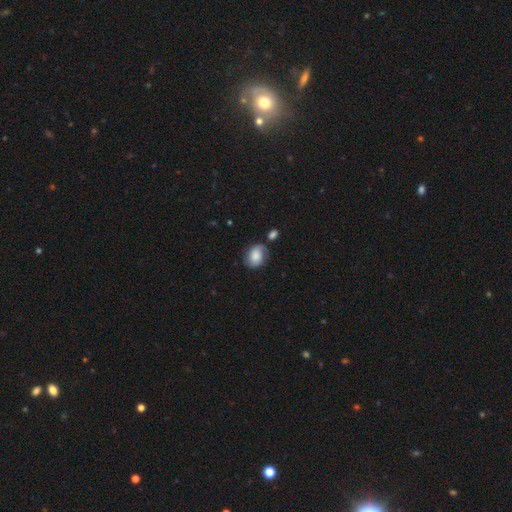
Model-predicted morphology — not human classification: Overall: smooth (66%). How rounded: in between (65%; round 34%). Merging: none (62%; minor disturbance 23%).